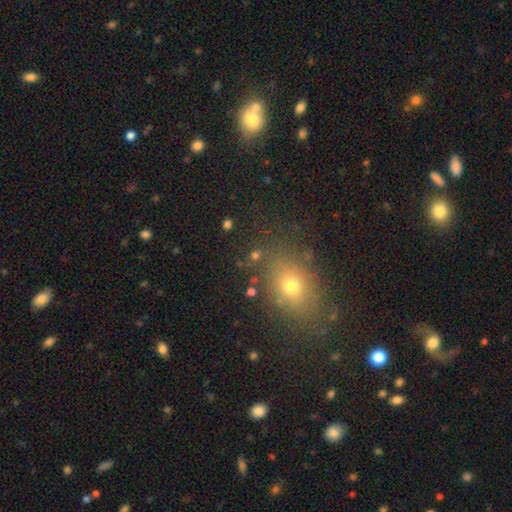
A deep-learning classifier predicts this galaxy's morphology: Overall: smooth (62%; star or artifact 25%). How rounded: in between (50%; round 47%). Merging: none (77%).